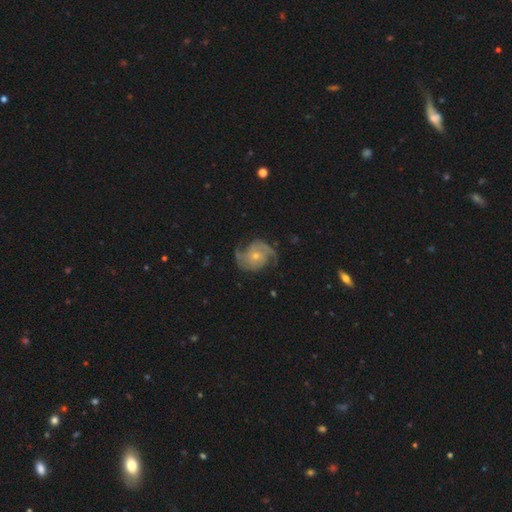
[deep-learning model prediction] smooth-or-featured: featured or disk: 87% | smooth: 7% | star or artifact: 5%
  disk-edge-on: no: 98% | yes: 2%
    bar: no: 74% | weak: 22% | strong: 5%
    has-spiral-arms: yes: 97% | no: 3%
      spiral-winding: medium: 48% | loose: 26% | tight: 26%
      spiral-arm-count: 2: 86% | can't tell: 4% | 3: 4% | 1: 2% | 4: 2% | more than 4: 2%
    bulge-size: small: 66% | moderate: 29% | none: 2% | large: 2% | dominant: 1%
  merging: none: 72% | minor disturbance: 17% | major disturbance: 9% | merger: 2%